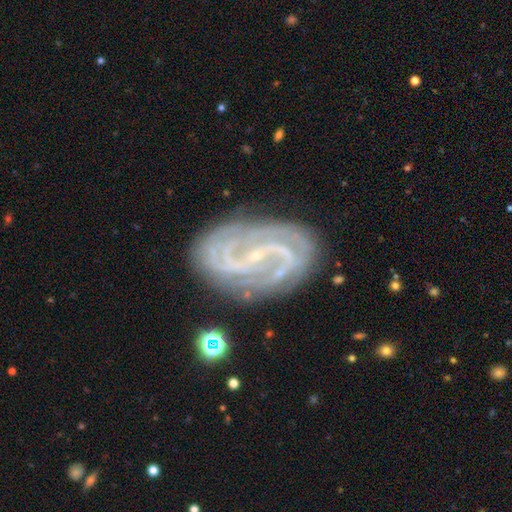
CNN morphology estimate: A featured or disk galaxy (90%) with a weak bar (40%), 2 (55%) medium (45%) spiral arms (98%) and a small central bulge (87%).

Vote fractions:
- Smooth or featured? featured or disk: 90% / star or artifact: 6% / smooth: 4%
- Edge-on disk? no: 97% / yes: 3%
- Bar? weak: 40% / strong: 30% / no: 30%
- Spiral arms? yes: 98% / no: 2%
- Spiral winding? medium: 45% / tight: 37% / loose: 18%
- Spiral arm count? 2: 55% / 3: 13% / can't tell: 12% / 4: 8% / more than 4: 6% / 1: 6%
- Bulge size? small: 87% / moderate: 7% / none: 4% / large: 1% / dominant: 1%
- Merging? none: 79% / minor disturbance: 14% / major disturbance: 5% / merger: 2%